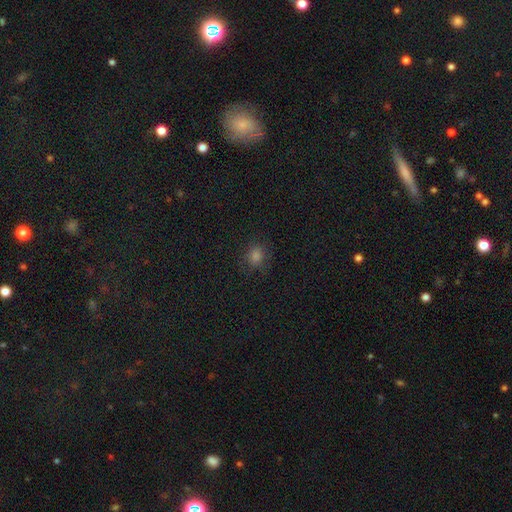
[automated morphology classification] type=smooth (73%); roundness=round (76%); merging=none (84%).